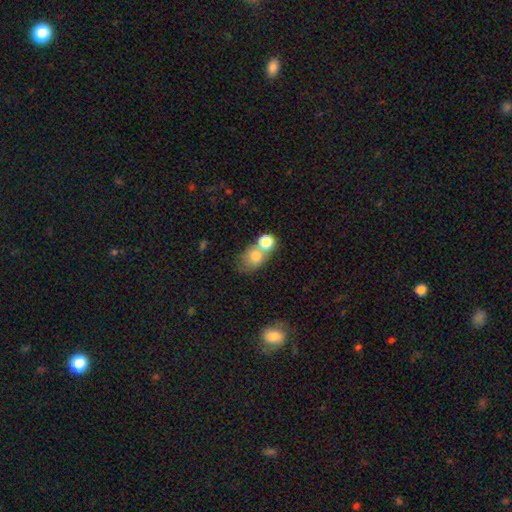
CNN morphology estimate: Smooth or featured? Predicted: smooth (p=0.74). How rounded? Predicted: round (p=0.52). Merging? Predicted: merger (p=0.55).